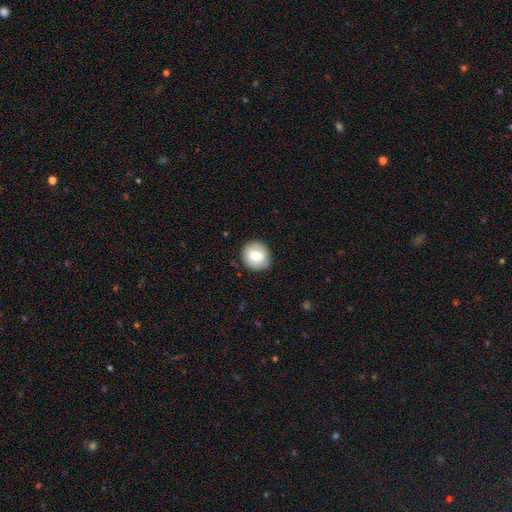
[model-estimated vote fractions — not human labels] Smooth or featured? Predicted: smooth (p=0.75). How rounded? Predicted: round (p=0.83). Merging? Predicted: none (p=0.88).